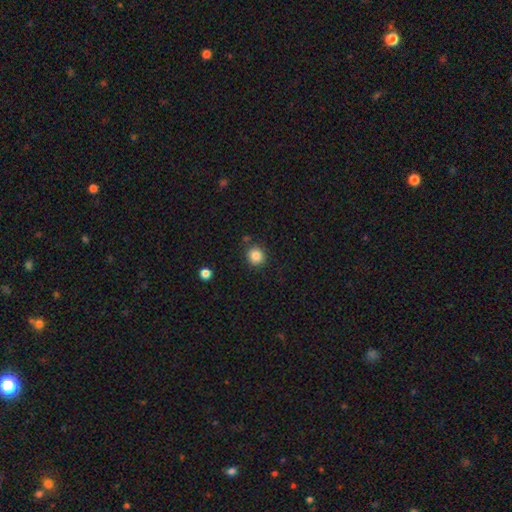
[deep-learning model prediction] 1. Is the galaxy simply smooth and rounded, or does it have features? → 85% smooth, 10% star or artifact, 4% featured or disk.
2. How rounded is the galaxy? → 90% round, 9% in between, 1% cigar-shaped.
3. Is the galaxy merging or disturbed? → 84% none, 9% minor disturbance, 4% merger, 3% major disturbance.